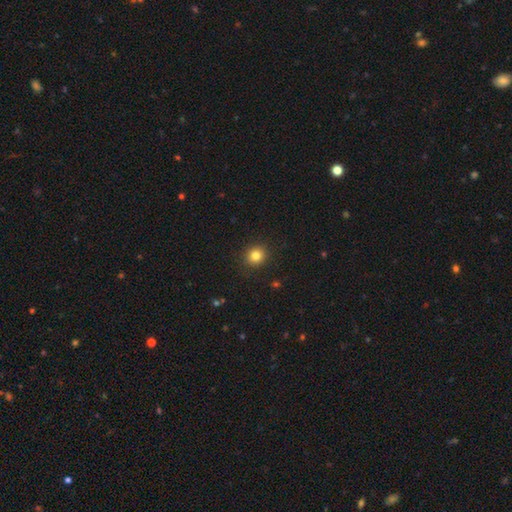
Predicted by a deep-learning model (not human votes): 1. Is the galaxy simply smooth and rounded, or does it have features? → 82% smooth, 12% star or artifact, 6% featured or disk.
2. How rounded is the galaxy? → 86% round, 13% in between, 1% cigar-shaped.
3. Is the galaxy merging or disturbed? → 90% none, 7% minor disturbance, 2% major disturbance, 1% merger.